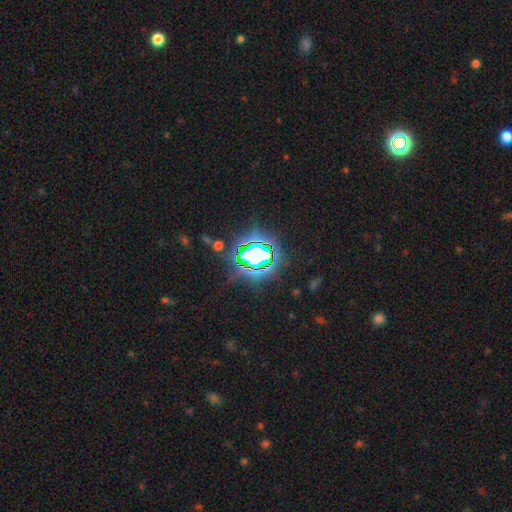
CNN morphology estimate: smooth-or-featured: star or artifact: 75% | smooth: 15% | featured or disk: 10%